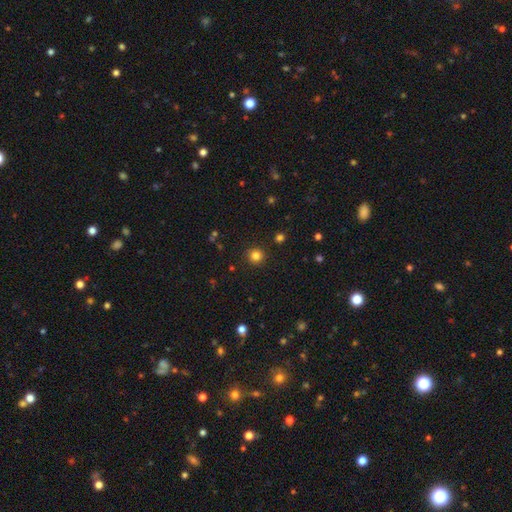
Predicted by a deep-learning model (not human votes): Morphology: type=smooth (82%); roundness=round (94%); merging=none (92%).